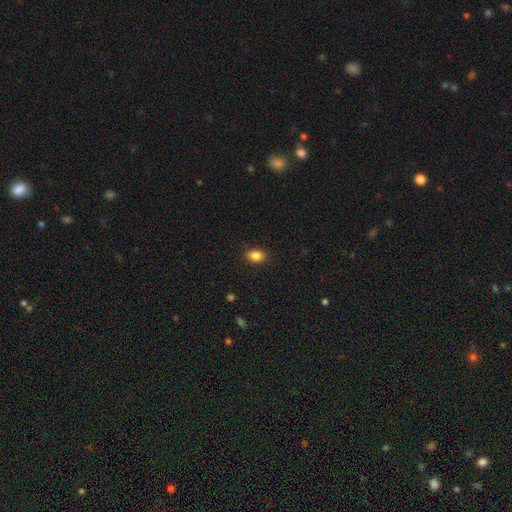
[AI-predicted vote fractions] This appears to be a smooth galaxy with no disk features (86%) that is in between round and cigar-shaped (80%). Merging: none (87%).